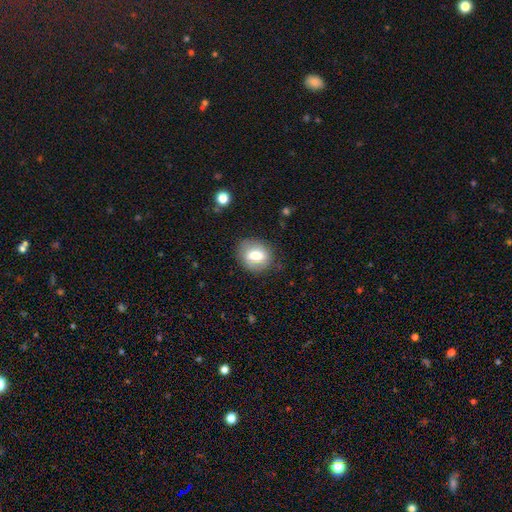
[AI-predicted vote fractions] A smooth galaxy with no disk features (71%) that is round (52%).

Vote fractions:
- Smooth or featured? smooth: 71% / featured or disk: 21% / star or artifact: 8%
- How rounded? round: 52% / in between: 47% / cigar-shaped: 1%
- Merging? none: 79% / minor disturbance: 15% / major disturbance: 5% / merger: 1%